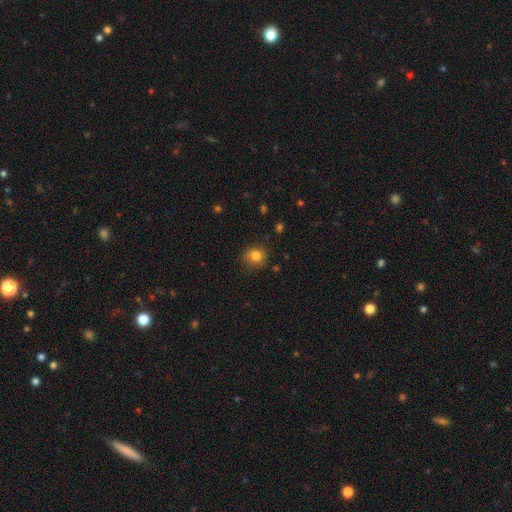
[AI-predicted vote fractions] Smooth or featured? smooth (81%)
How rounded? round (85%)
Merging? none (82%)